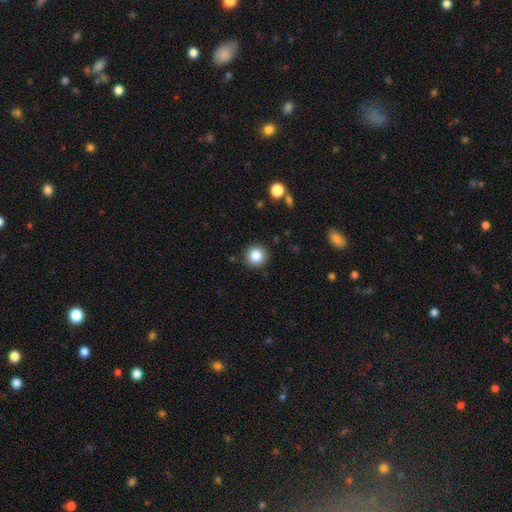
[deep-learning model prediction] smooth 84%, star or artifact 10%, featured or disk 6%. Down the decision tree: how rounded — round (94%); merging — none (91%).